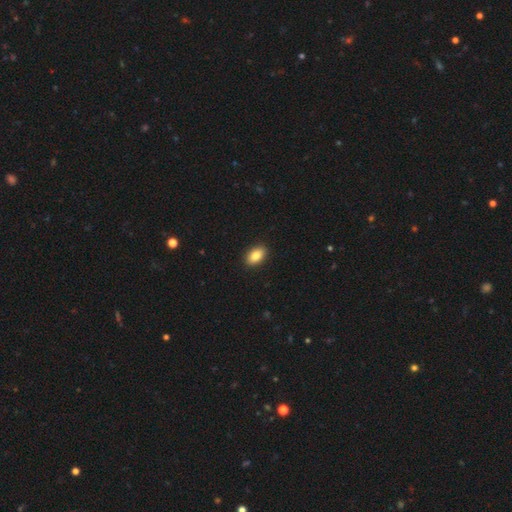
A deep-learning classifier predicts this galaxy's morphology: A smooth galaxy with no disk features (86%) that is in between round and cigar-shaped (91%). Merging: none (91%).